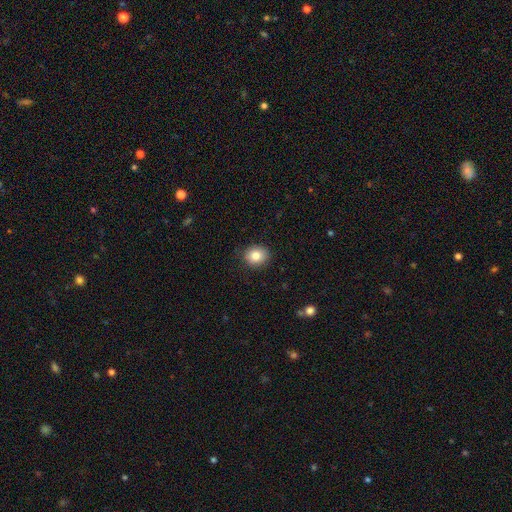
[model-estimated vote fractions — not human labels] This is clearly a smooth galaxy (83%). How rounded: likely round (68%). Merging: clearly none (87%).